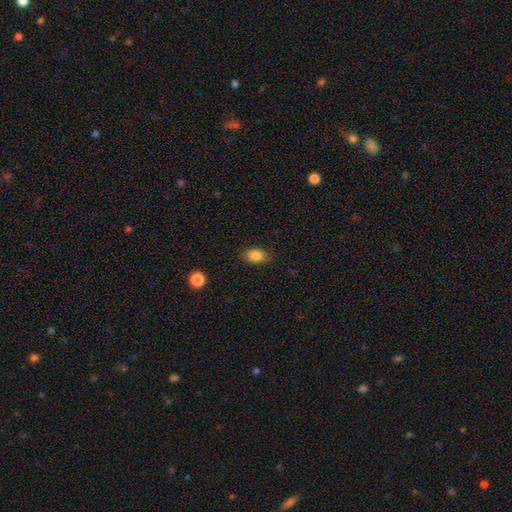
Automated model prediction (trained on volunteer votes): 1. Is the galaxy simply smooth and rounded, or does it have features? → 85% smooth, 9% star or artifact, 6% featured or disk.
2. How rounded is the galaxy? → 80% in between, 18% round, 2% cigar-shaped.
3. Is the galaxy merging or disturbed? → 83% none, 13% minor disturbance, 3% major disturbance, 1% merger.